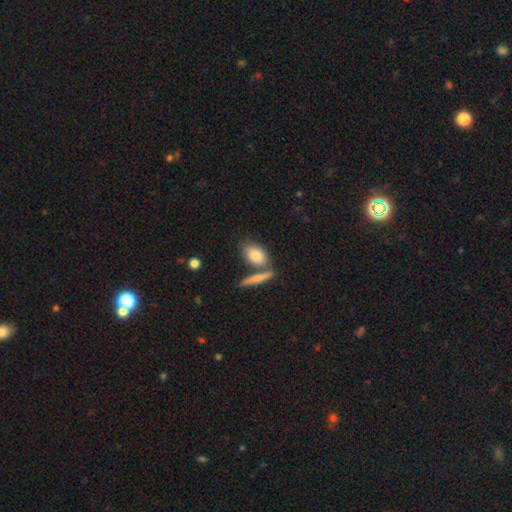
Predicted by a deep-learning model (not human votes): smooth-or-featured: smooth: 80% | featured or disk: 14% | star or artifact: 6%
  how-rounded: in between: 81% | round: 10% | cigar-shaped: 9%
  merging: none: 58% | merger: 26% | minor disturbance: 12% | major disturbance: 4%